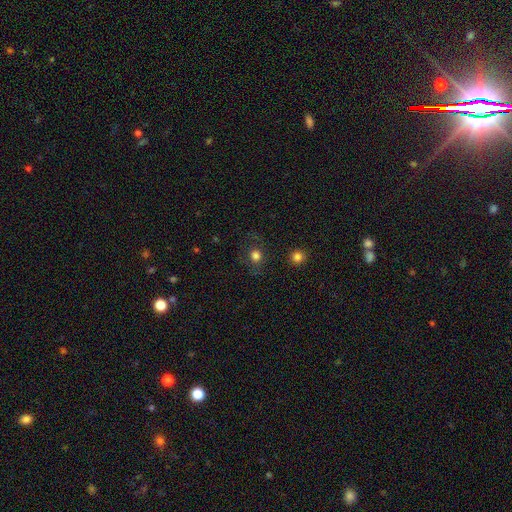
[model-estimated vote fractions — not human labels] The model was most divided on "smooth or featured": smooth: 76%, star or artifact: 15%, featured or disk: 9%. More confident: how rounded — round (85%); merging — none (79%).